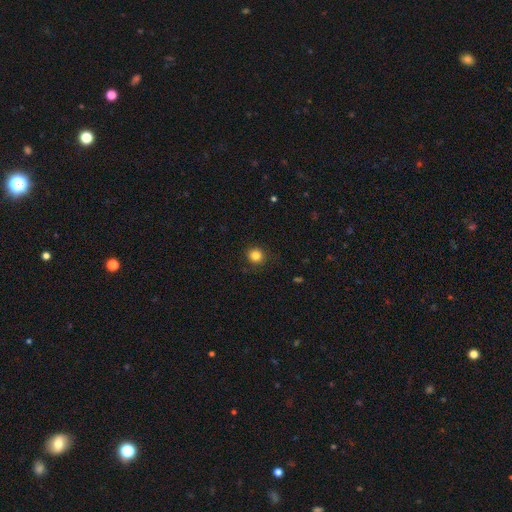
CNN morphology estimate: This appears to be a smooth galaxy with no disk features (84%) that is round (90%). Merging: none (89%).